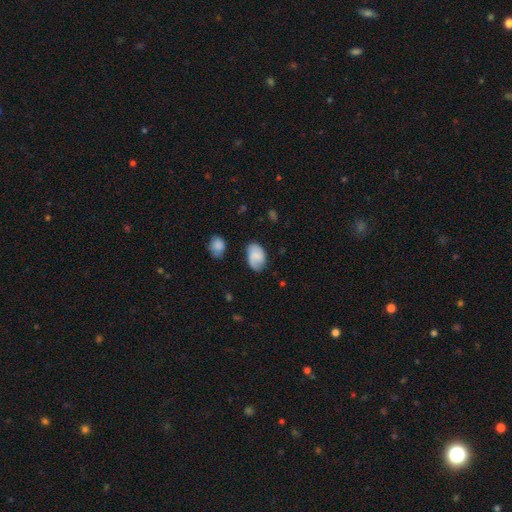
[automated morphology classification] smooth 67%, featured or disk 24%, star or artifact 8%. Down the decision tree: how rounded — in between (87%); merging — none (66%).